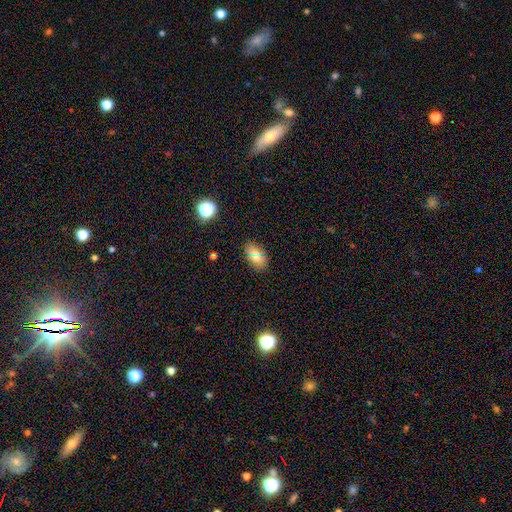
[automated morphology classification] smooth 75%, featured or disk 14%, star or artifact 11%. Down the decision tree: how rounded — in between (89%); merging — none (84%).